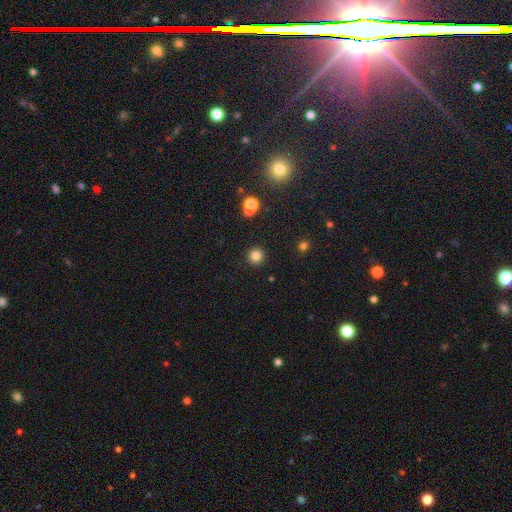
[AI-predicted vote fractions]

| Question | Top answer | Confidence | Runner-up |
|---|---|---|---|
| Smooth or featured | smooth | 82% | star or artifact (12%) |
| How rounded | round | 94% | in between (5%) |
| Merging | none | 90% | minor disturbance (5%) |